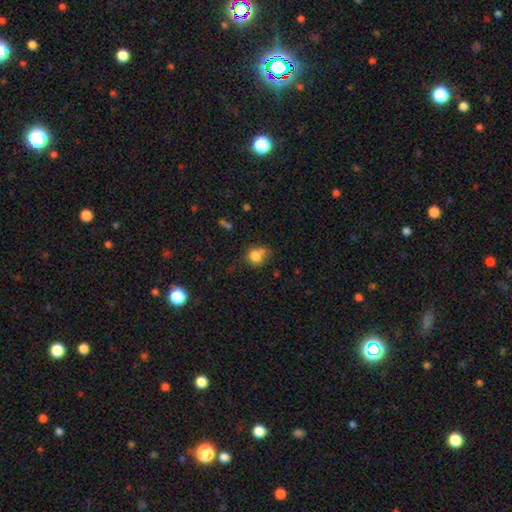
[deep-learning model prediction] The model was most divided on "merging": none: 48%, merger: 25%, minor disturbance: 19%, major disturbance: 8%. More confident: smooth or featured — smooth (79%); how rounded — round (74%).